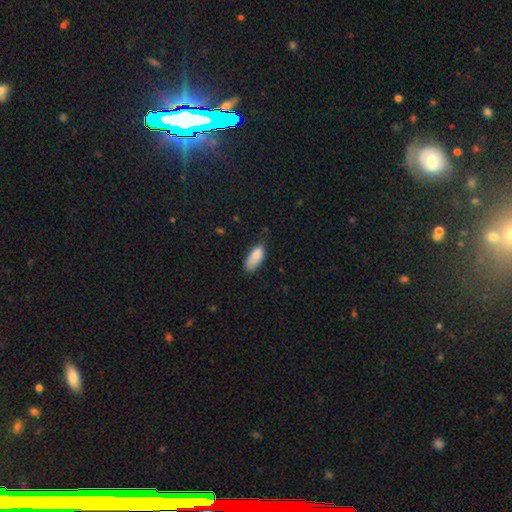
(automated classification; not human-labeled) Smooth or featured? smooth (84%)
How rounded? in between (82%)
Merging? none (50%)